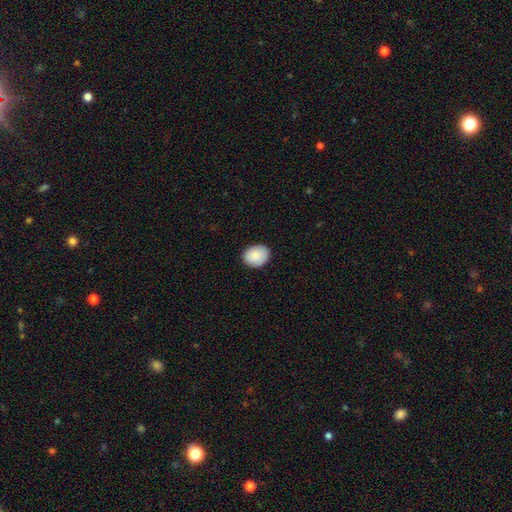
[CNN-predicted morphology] This is clearly a smooth galaxy (88%). How rounded: possibly round (55%). Merging: clearly none (87%).